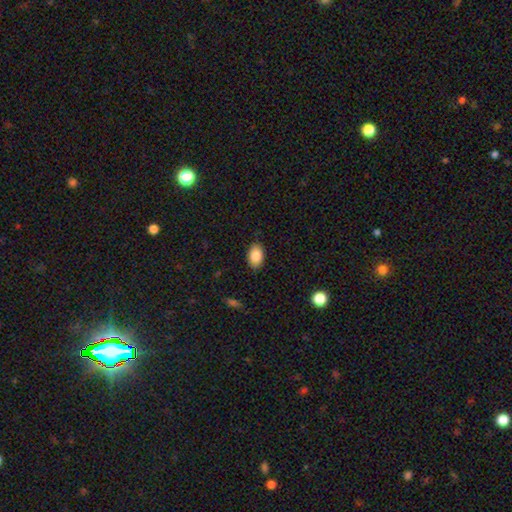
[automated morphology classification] A smooth galaxy with no disk features (86%) that is in between round and cigar-shaped (91%).

Vote fractions:
- Smooth or featured? smooth: 86% / star or artifact: 7% / featured or disk: 6%
- How rounded? in between: 91% / round: 7% / cigar-shaped: 1%
- Merging? none: 88% / minor disturbance: 9% / major disturbance: 2% / merger: 1%